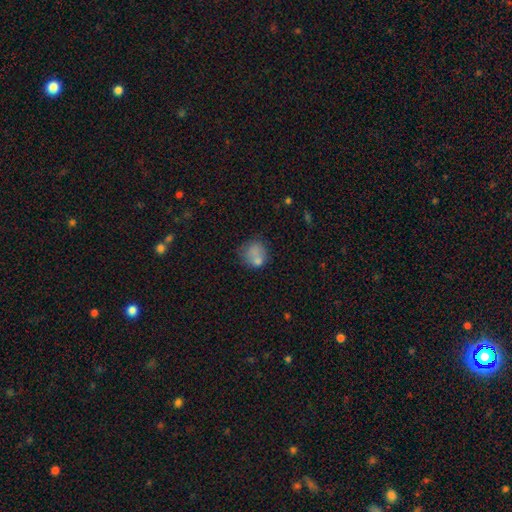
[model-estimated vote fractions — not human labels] Smooth or featured?
  - smooth: 75% *
  - featured or disk: 15%
  - star or artifact: 10%
How rounded?
  - round: 75% *
  - in between: 24%
  - cigar-shaped: 1%
Merging?
  - none: 47% *
  - merger: 21%
  - minor disturbance: 21%
  - major disturbance: 11%